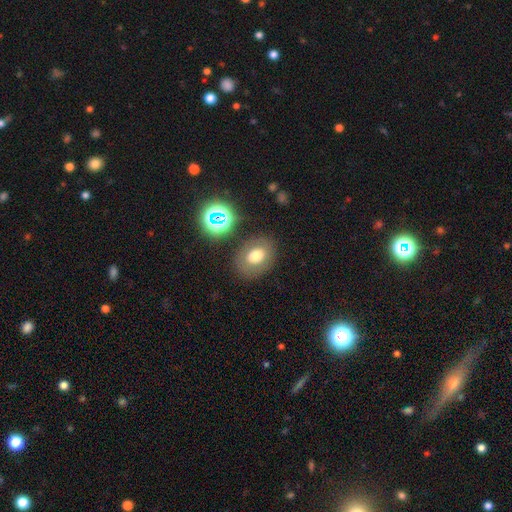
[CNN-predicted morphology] smooth_or_featured: smooth (p=0.68) [alt: featured or disk p=0.18]
how_rounded: in between (p=0.61) [alt: round p=0.38]
merging: none (p=0.80) [alt: minor disturbance p=0.11]